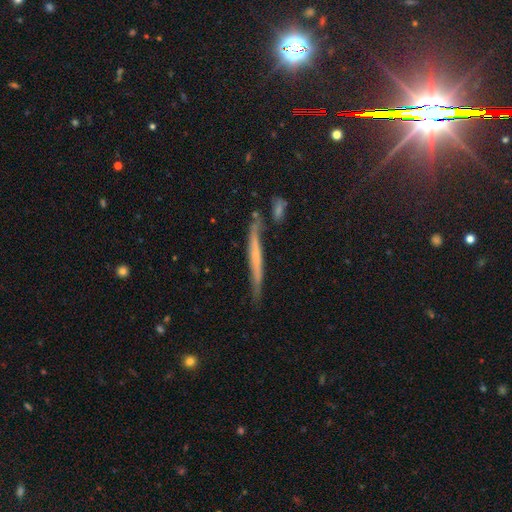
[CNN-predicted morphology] A featured or disk galaxy (61%) viewed edge-on (89%) with no central bulge (59%). Merging: none (68%).